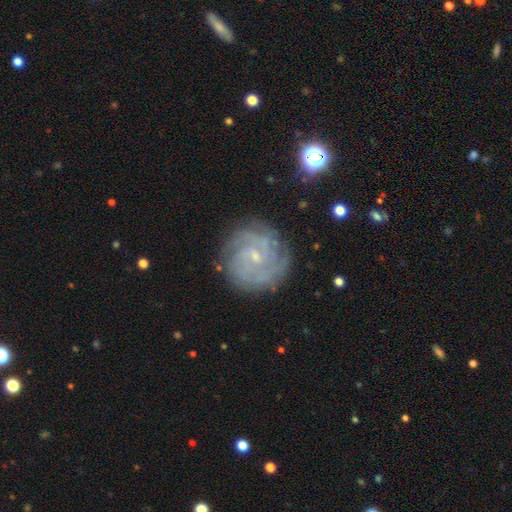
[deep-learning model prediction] Morphology: type=featured or disk (81%); edge-on=no (98%); bar=no (57%); spiral arms=yes (96%); winding=tight (69%); arm count=can't tell (30%); bulge=small (80%); merging=none (82%).